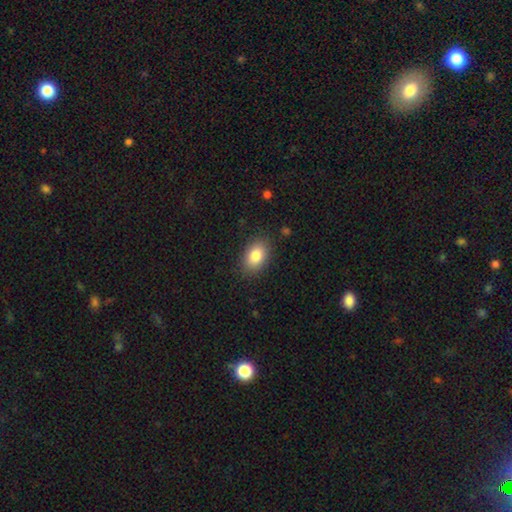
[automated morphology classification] A smooth galaxy with no disk features (85%) that is in between round and cigar-shaped (86%). Merging: none (86%).